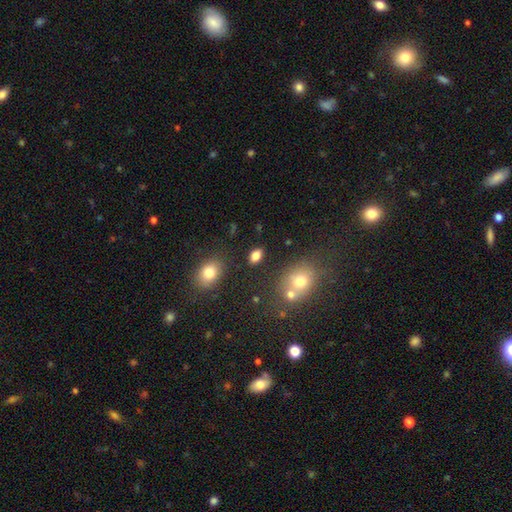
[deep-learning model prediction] The model was most divided on "merging": none: 81%, minor disturbance: 10%, merger: 5%, major disturbance: 3%. More confident: how rounded — in between (86%); smooth or featured — smooth (82%).